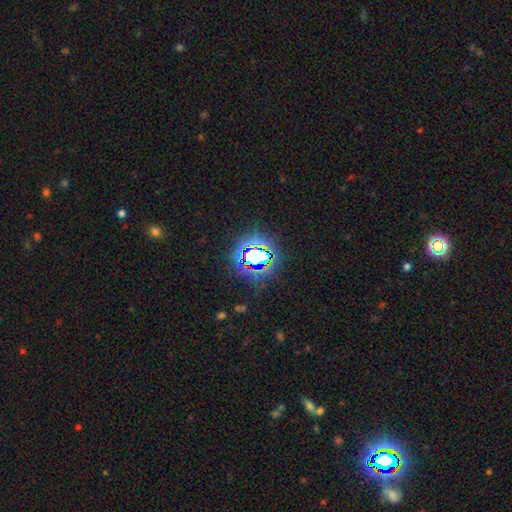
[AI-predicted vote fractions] A star or artifact, not a galaxy (79%).